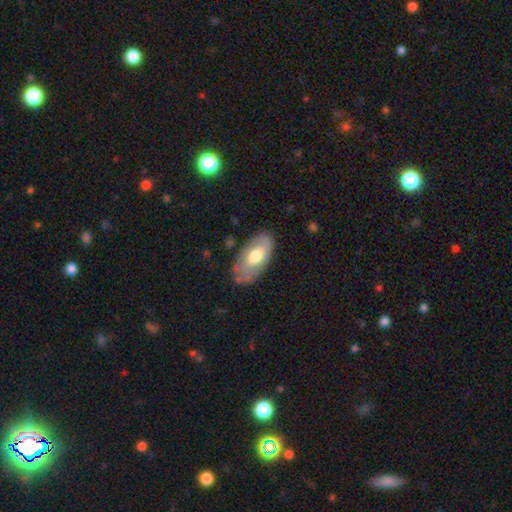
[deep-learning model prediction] The model was most divided on "smooth or featured": smooth: 57%, featured or disk: 38%, star or artifact: 6%. More confident: how rounded — in between (93%); merging — none (74%).